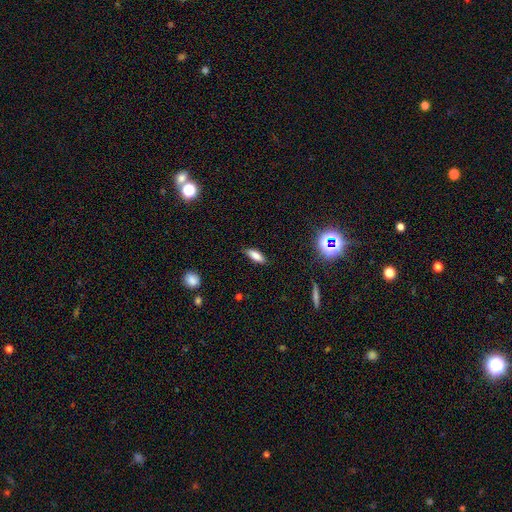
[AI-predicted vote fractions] The model was most divided on "how rounded": in between: 61%, cigar-shaped: 36%, round: 3%. More confident: merging — none (84%); smooth or featured — smooth (78%).